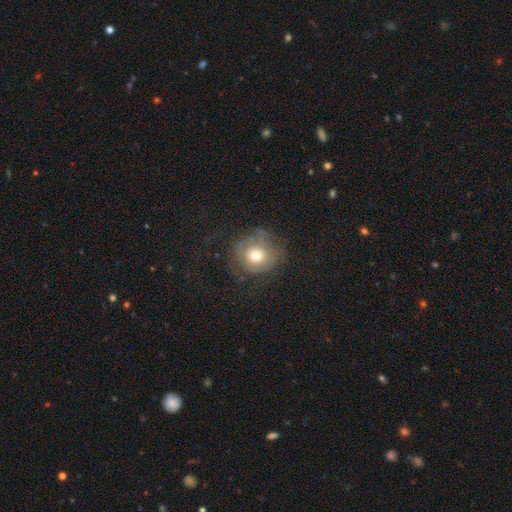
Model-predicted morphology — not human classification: smooth 62%, featured or disk 26%, star or artifact 12%. Down the decision tree: how rounded — round (85%); merging — none (56%).